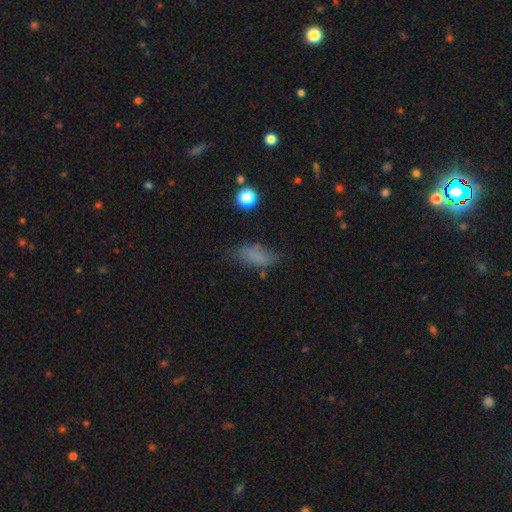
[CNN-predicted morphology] This is likely a smooth galaxy (73%). How rounded: likely in between (76%). Merging: likely none (62%).